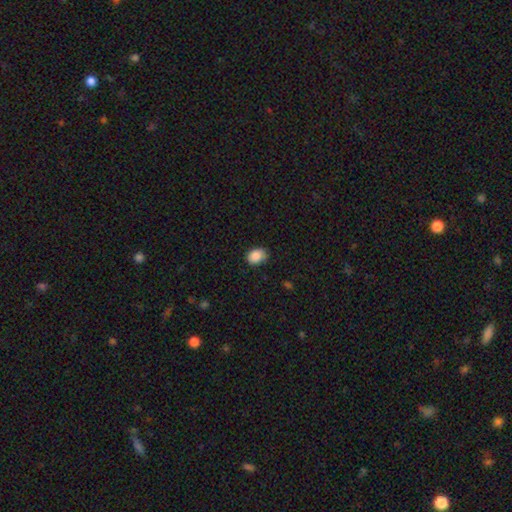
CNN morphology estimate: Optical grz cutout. It shows a smooth galaxy with no disk features (87%) that is in between round and cigar-shaped (66%). Merging: none (77%).